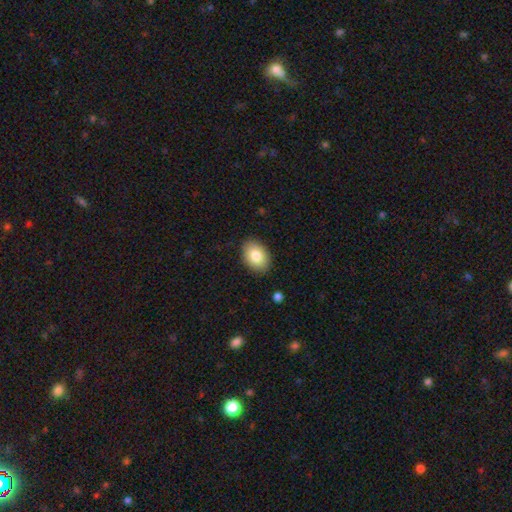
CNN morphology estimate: Smooth or featured: smooth — 83% (featured or disk — 10%)
How rounded: in between — 84% (round — 15%)
Merging: none — 88% (minor disturbance — 9%)